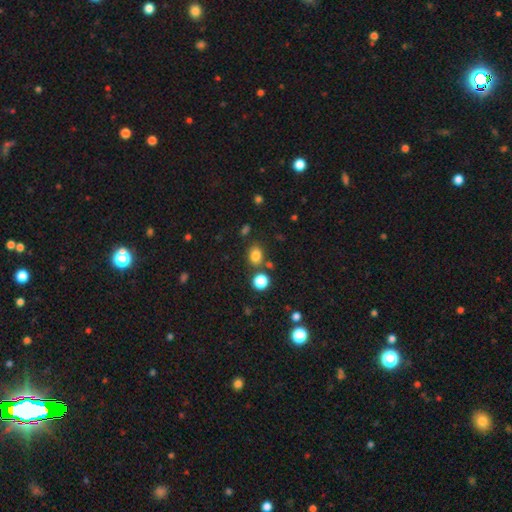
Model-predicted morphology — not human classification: Overall: smooth (81%). How rounded: in between (57%; round 42%). Merging: none (75%).